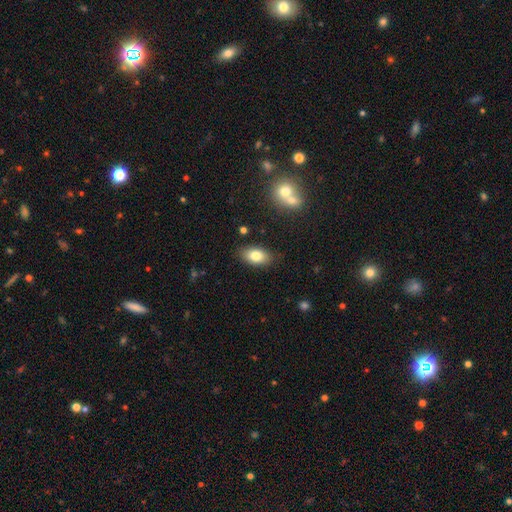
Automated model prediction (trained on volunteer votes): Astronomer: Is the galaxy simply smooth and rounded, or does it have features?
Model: smooth — 79%.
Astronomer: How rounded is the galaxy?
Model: in between — 91%.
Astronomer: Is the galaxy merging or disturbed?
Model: none — 85%.